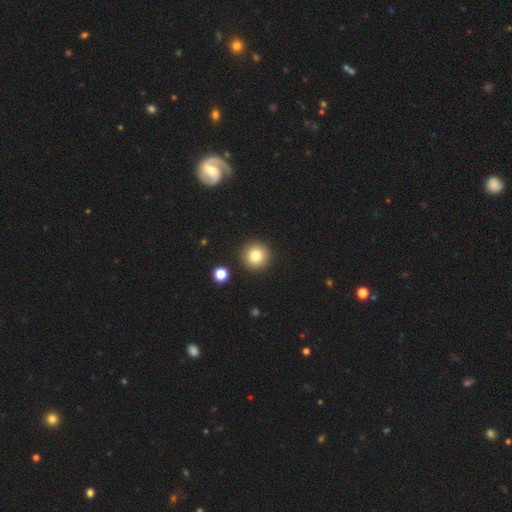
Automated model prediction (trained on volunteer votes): Smooth or featured? smooth (81%)
How rounded? round (96%)
Merging? none (90%)